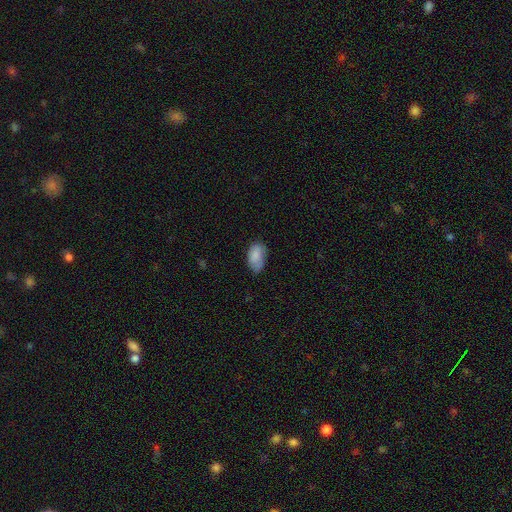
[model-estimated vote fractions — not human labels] The model was most divided on "merging": none: 61%, minor disturbance: 31%, major disturbance: 7%, merger: 2%. More confident: how rounded — in between (93%); smooth or featured — smooth (84%).